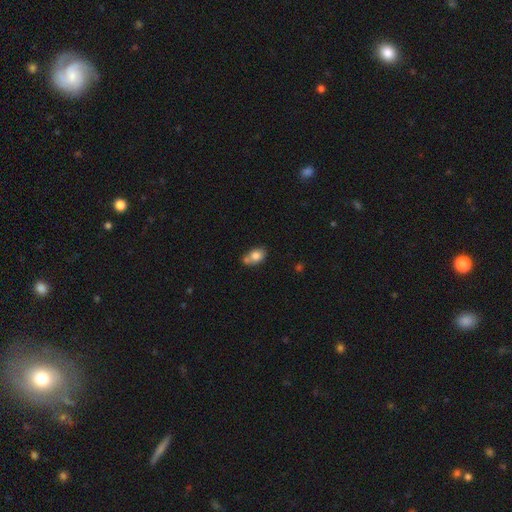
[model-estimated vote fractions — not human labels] The model was most divided on "merging": none: 44%, merger: 31%, minor disturbance: 20%, major disturbance: 5%. More confident: smooth or featured — smooth (78%); how rounded — in between (73%).